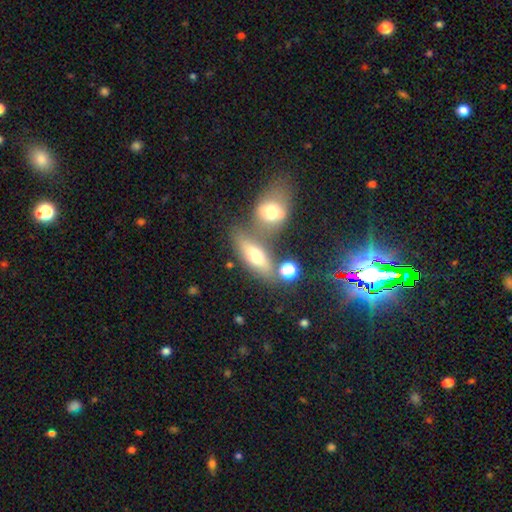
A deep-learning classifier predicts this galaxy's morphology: This is likely a smooth galaxy (61%). How rounded: likely in between (66%). Merging: possibly none (49%).